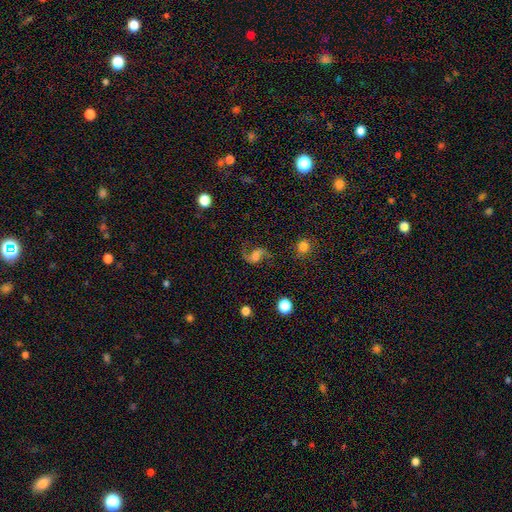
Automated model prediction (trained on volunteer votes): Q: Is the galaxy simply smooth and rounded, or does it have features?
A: featured or disk — 82%.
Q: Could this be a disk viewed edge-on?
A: no — 98%.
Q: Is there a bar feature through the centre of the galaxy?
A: no — 45%.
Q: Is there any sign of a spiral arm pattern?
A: yes — 96%.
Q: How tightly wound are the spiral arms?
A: loose — 76%.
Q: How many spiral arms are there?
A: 2 — 92%.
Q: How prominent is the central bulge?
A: moderate — 31%.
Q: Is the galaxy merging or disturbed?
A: none — 73%.